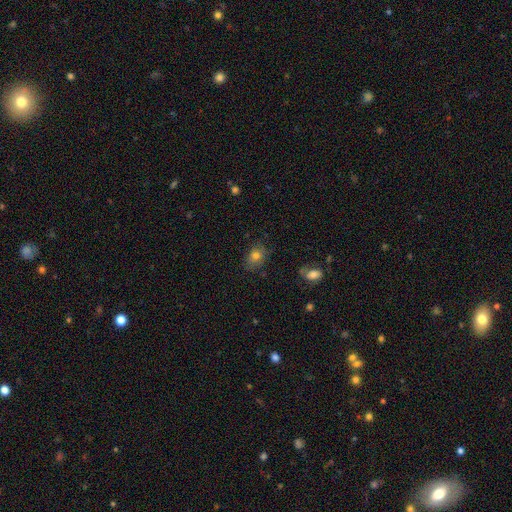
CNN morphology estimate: smooth 76%, featured or disk 13%, star or artifact 12%. Down the decision tree: how rounded — in between (65%); merging — none (76%).